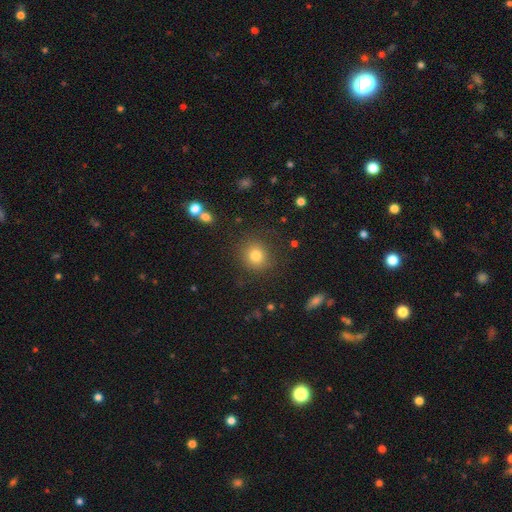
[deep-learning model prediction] A smooth galaxy with no disk features (80%) that is round (87%). Merging: none (87%).